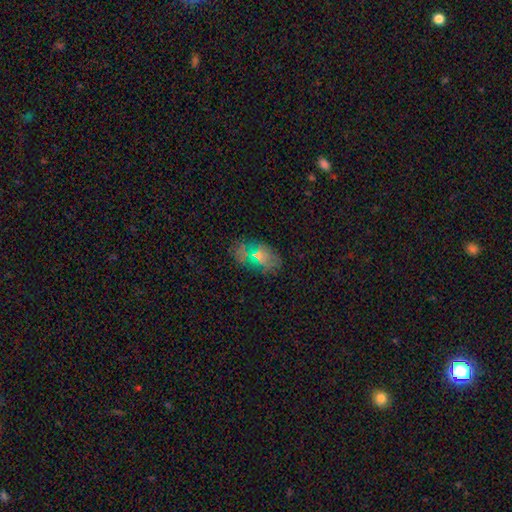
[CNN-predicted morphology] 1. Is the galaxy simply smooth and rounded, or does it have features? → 55% smooth, 25% star or artifact, 20% featured or disk.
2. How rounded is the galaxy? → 89% in between, 9% round, 3% cigar-shaped.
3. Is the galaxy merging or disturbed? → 79% none, 14% minor disturbance, 4% major disturbance, 2% merger.